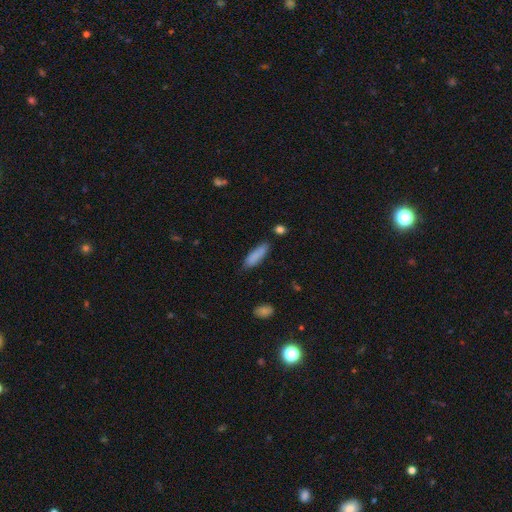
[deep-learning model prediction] smooth_or_featured: smooth (p=0.85) [alt: featured or disk p=0.08]
how_rounded: cigar-shaped (p=0.60) [alt: in between p=0.39]
merging: none (p=0.76) [alt: minor disturbance p=0.17]